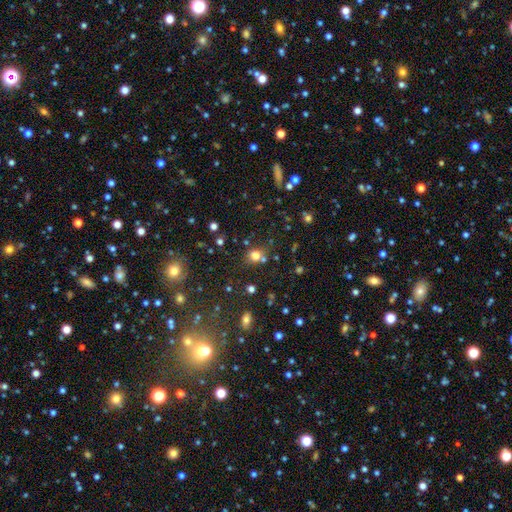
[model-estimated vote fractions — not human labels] This is likely a smooth galaxy (72%). How rounded: likely round (73%). Merging: likely none (63%).